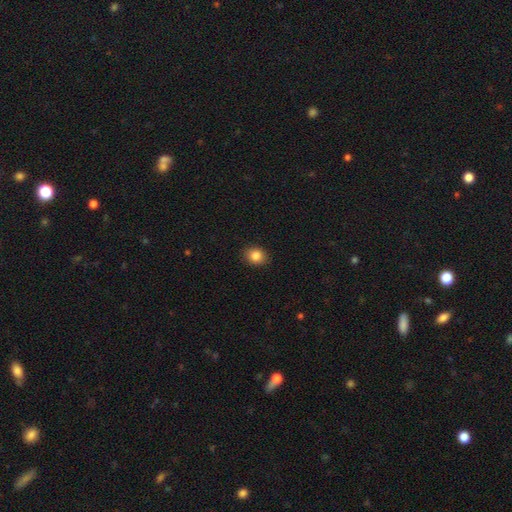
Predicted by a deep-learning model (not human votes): smooth 85%, star or artifact 10%, featured or disk 5%. Down the decision tree: how rounded — round (60%); merging — none (89%).